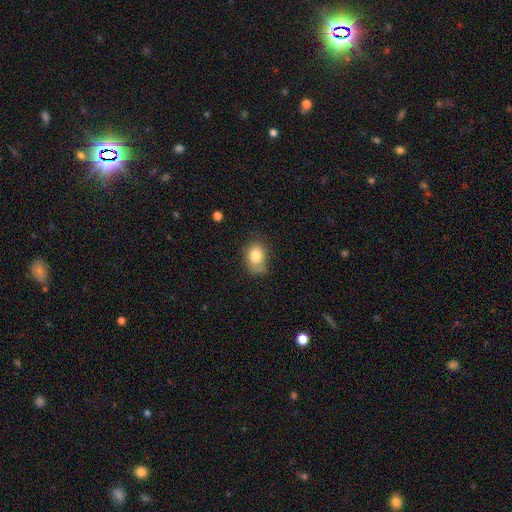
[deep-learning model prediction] Smooth or featured?
  - smooth: 80% *
  - featured or disk: 11%
  - star or artifact: 9%
How rounded?
  - in between: 60% *
  - round: 39%
  - cigar-shaped: 1%
Merging?
  - none: 56% *
  - minor disturbance: 30%
  - major disturbance: 10%
  - merger: 4%